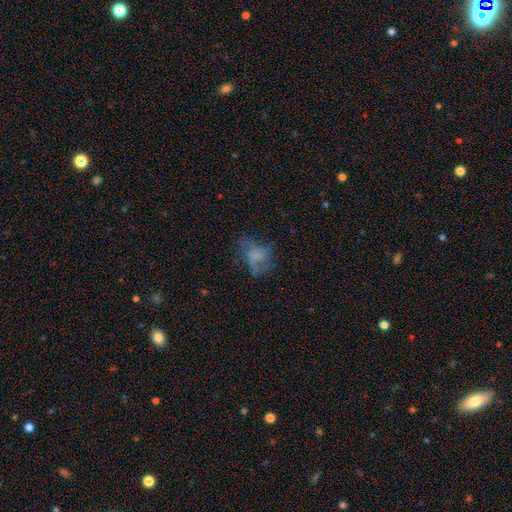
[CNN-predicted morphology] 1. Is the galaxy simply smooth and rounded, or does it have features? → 46% smooth, 38% featured or disk, 16% star or artifact.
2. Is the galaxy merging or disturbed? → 41% none, 34% major disturbance, 21% minor disturbance, 3% merger.